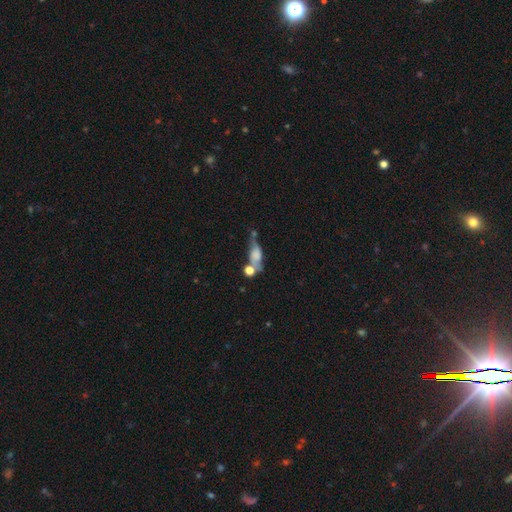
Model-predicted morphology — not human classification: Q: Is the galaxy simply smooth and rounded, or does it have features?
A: smooth — 52%.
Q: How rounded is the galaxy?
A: in between — 59%.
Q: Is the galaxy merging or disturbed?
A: none — 32%.